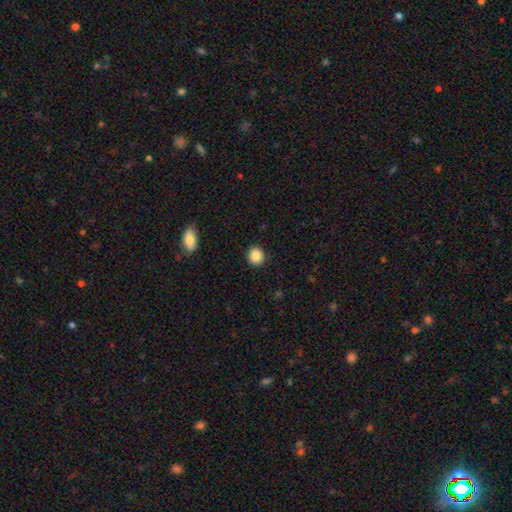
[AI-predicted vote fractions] Morphology: type=smooth (87%); roundness=round (85%); merging=none (91%).